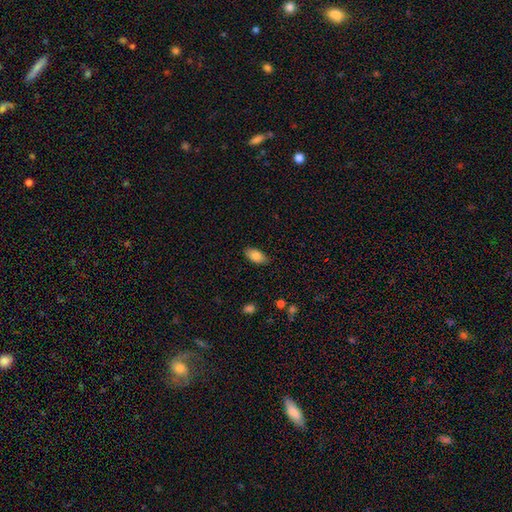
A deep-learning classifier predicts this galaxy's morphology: A smooth galaxy with no disk features (83%) that is in between round and cigar-shaped (92%).

Vote fractions:
- Smooth or featured? smooth: 83% / featured or disk: 10% / star or artifact: 7%
- How rounded? in between: 92% / cigar-shaped: 5% / round: 3%
- Merging? none: 84% / minor disturbance: 13% / major disturbance: 3% / merger: 1%